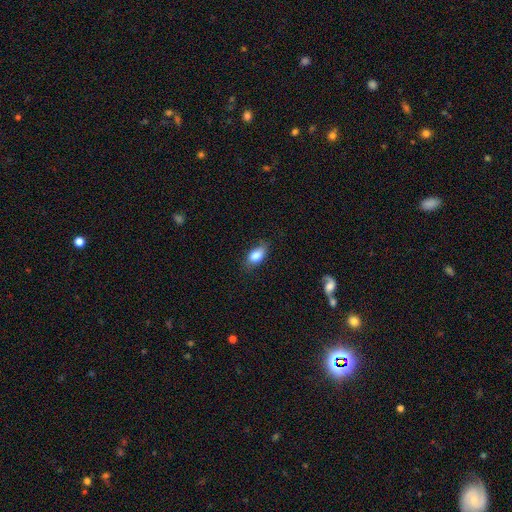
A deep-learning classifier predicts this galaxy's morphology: The model was most divided on "merging": none: 73%, minor disturbance: 21%, major disturbance: 5%, merger: 1%. More confident: how rounded — in between (88%); smooth or featured — smooth (83%).